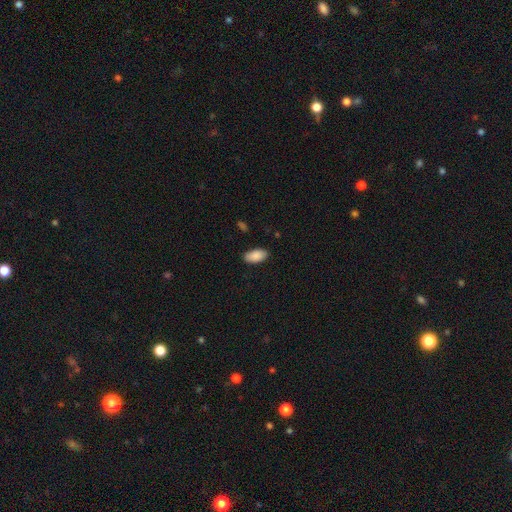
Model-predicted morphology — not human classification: Smooth or featured: smooth — 90% (star or artifact — 6%)
How rounded: in between — 95% (cigar-shaped — 3%)
Merging: none — 87% (minor disturbance — 10%)